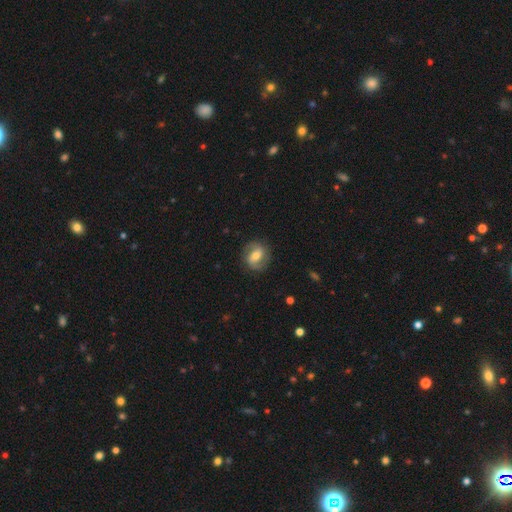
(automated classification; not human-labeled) This appears to be a featured or disk galaxy (61%) with a weak bar (44%), spiral arms (83%) and a moderate central bulge (66%). Merging: none (83%).